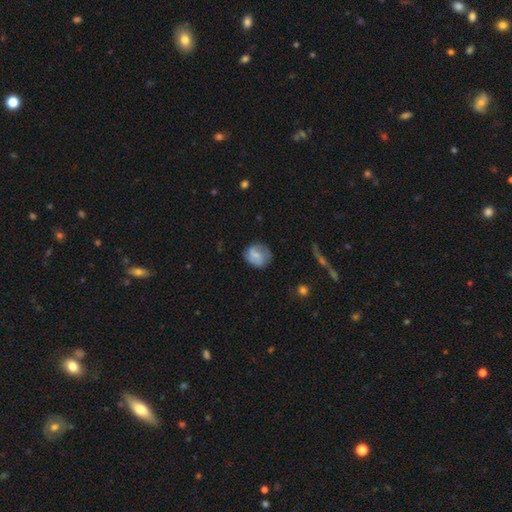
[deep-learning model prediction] Smooth or featured? Predicted: smooth (p=0.56). How rounded? Predicted: round (p=0.70). Merging? Predicted: none (p=0.71).